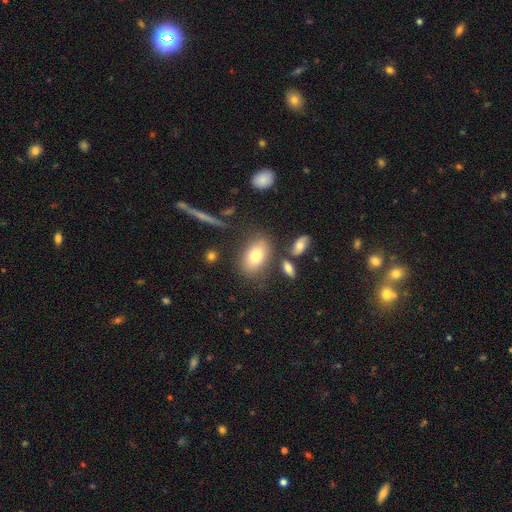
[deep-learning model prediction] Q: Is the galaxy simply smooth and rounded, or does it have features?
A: smooth — 75%.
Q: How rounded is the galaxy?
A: in between — 86%.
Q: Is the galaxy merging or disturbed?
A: none — 74%.